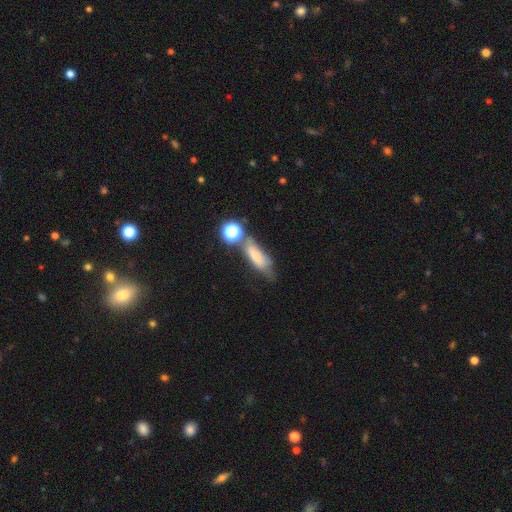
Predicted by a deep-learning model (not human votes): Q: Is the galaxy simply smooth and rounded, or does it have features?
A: smooth — 70%.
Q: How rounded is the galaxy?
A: in between — 56%.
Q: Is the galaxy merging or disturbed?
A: none — 42%.